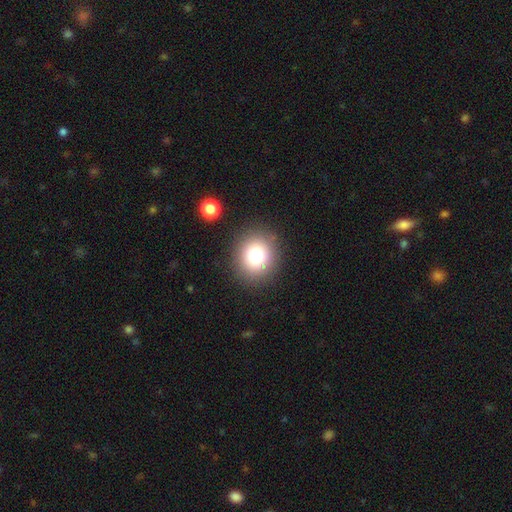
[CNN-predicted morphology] type=smooth (76%); roundness=round (82%); merging=none (86%).